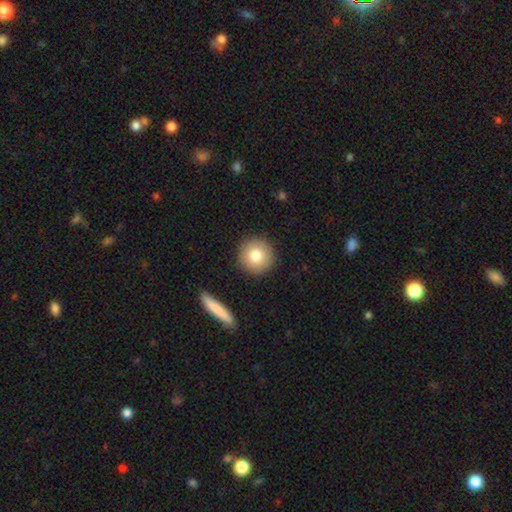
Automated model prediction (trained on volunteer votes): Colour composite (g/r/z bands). It shows a smooth galaxy with no disk features (80%) that is round (95%). Merging: none (90%).